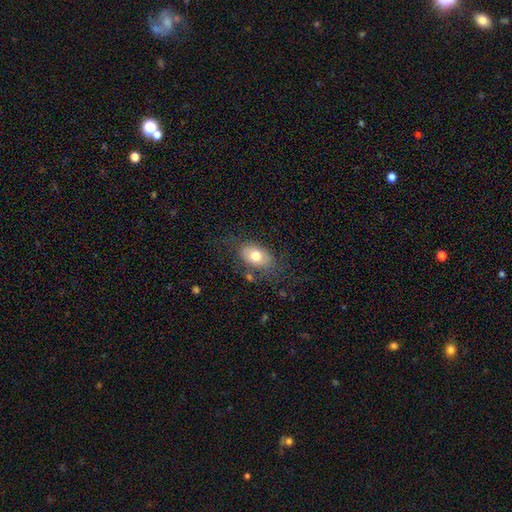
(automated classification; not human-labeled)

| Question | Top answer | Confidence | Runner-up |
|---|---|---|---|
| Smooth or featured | smooth | 70% | featured or disk (22%) |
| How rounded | in between | 88% | round (10%) |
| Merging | none | 68% | minor disturbance (19%) |